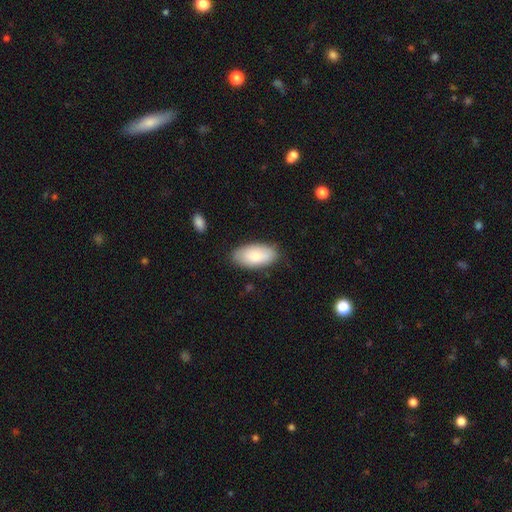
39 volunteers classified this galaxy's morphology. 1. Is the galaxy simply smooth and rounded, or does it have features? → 74% smooth, 15% featured or disk, 10% star or artifact.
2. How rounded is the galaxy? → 100% in between, 0% round, 0% cigar-shaped.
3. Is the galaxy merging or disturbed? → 74% none, 20% minor disturbance, 6% major disturbance, 0% merger.